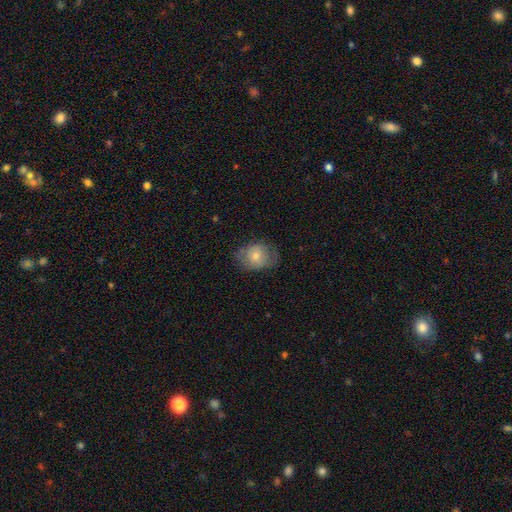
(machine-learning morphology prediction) Q: Smooth or featured?
A: smooth (58%); runner-up: featured or disk (33%)
Q: How rounded?
A: round (51%); runner-up: in between (48%)
Q: Merging?
A: none (68%); runner-up: minor disturbance (22%)